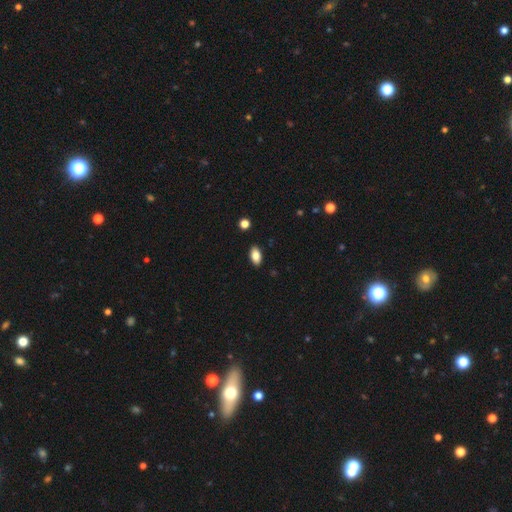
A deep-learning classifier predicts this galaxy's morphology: This is clearly a smooth galaxy (85%). How rounded: clearly in between (92%). Merging: clearly none (89%).